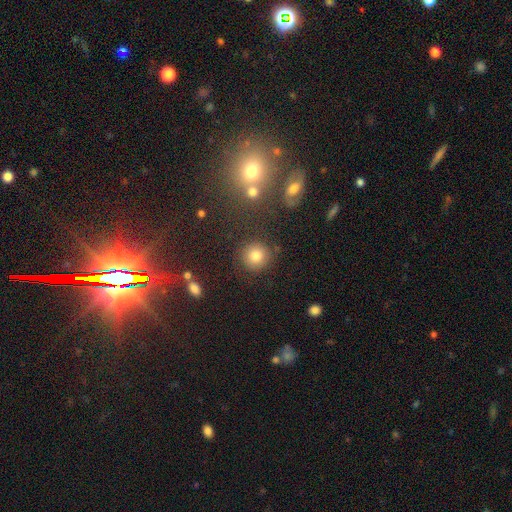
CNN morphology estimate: smooth_or_featured: smooth (p=0.78) [alt: star or artifact p=0.13]
how_rounded: round (p=0.91) [alt: in between p=0.07]
merging: none (p=0.85) [alt: minor disturbance p=0.09]